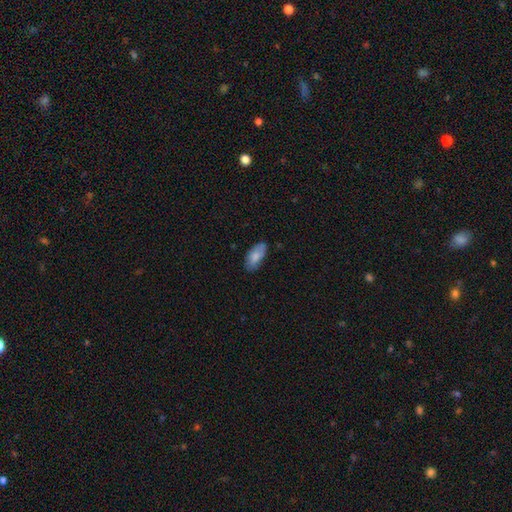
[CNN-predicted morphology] A smooth galaxy with no disk features (81%) that is in between round and cigar-shaped (90%).

Vote fractions:
- Smooth or featured? smooth: 81% / featured or disk: 13% / star or artifact: 6%
- How rounded? in between: 90% / cigar-shaped: 8% / round: 2%
- Merging? none: 78% / minor disturbance: 18% / major disturbance: 3% / merger: 1%